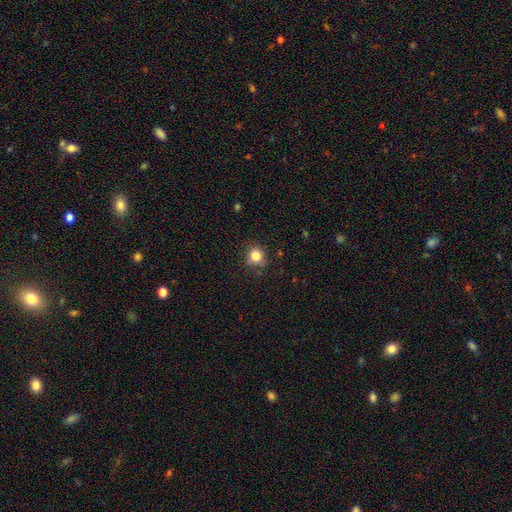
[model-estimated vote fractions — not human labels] Smooth or featured: smooth — 82% (star or artifact — 11%)
How rounded: round — 85% (in between — 14%)
Merging: none — 79% (minor disturbance — 16%)